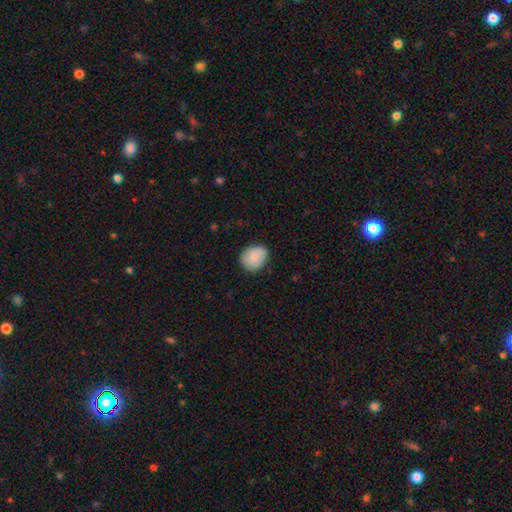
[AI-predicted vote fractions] This appears to be a smooth galaxy with no disk features (76%) that is round (61%). Merging: none (79%).